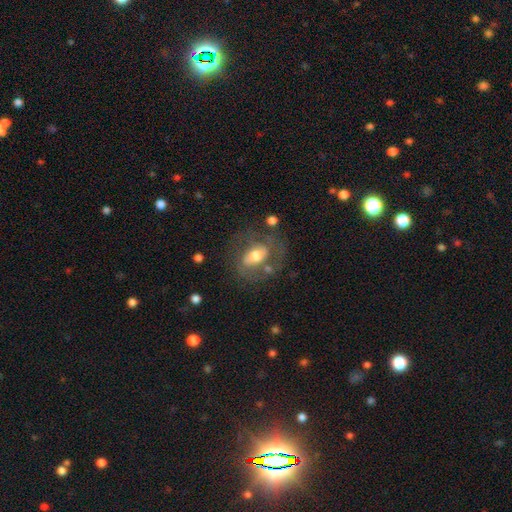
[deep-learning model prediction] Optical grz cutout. It shows a featured or disk galaxy (54%) with no bar (42%), no spiral arms (57%) and a moderate central bulge (66%). Merging: none (58%).